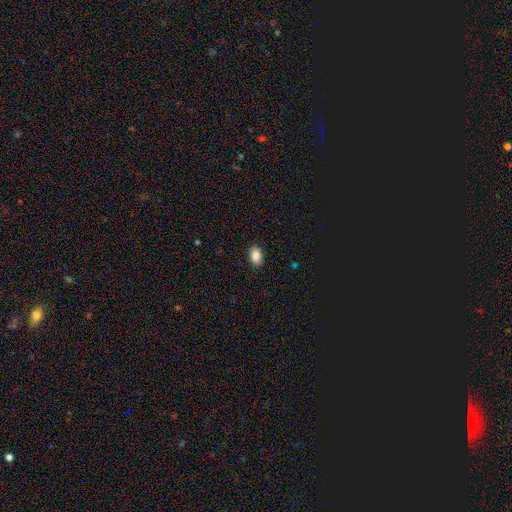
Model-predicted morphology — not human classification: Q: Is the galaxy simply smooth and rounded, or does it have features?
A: smooth — 87%.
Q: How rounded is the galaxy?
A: in between — 80%.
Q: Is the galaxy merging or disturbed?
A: none — 90%.